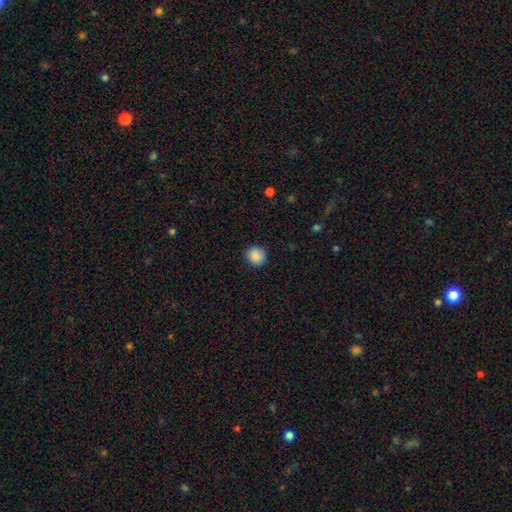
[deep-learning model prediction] Overall: smooth (88%). How rounded: round (91%). Merging: none (89%).